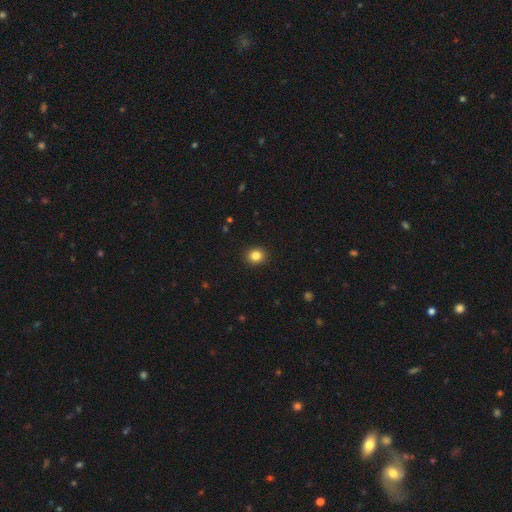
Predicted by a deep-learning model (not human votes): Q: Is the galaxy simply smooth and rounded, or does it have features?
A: smooth — 84%.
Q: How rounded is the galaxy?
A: round — 76%.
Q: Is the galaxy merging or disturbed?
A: none — 92%.